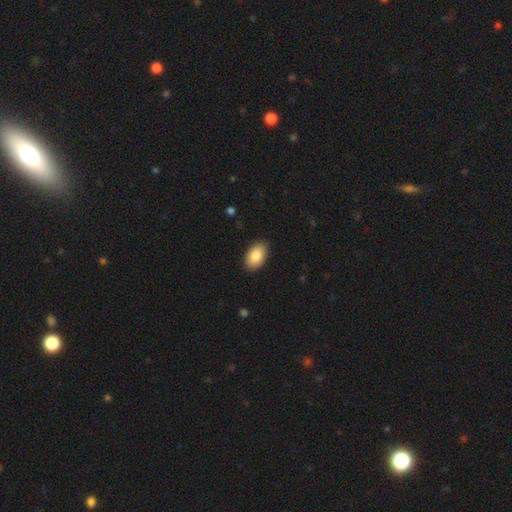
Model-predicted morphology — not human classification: A smooth galaxy with no disk features (86%) that is in between round and cigar-shaped (93%). Merging: none (89%).